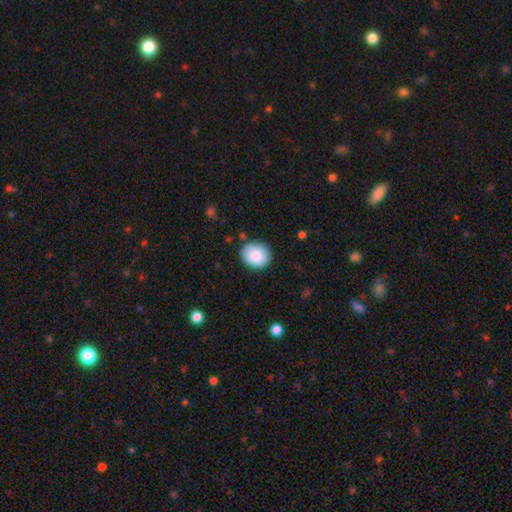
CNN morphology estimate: Smooth or featured?
  - smooth: 86% *
  - star or artifact: 8%
  - featured or disk: 7%
How rounded?
  - round: 75% *
  - in between: 24%
  - cigar-shaped: 1%
Merging?
  - none: 86% *
  - minor disturbance: 10%
  - major disturbance: 2%
  - merger: 2%